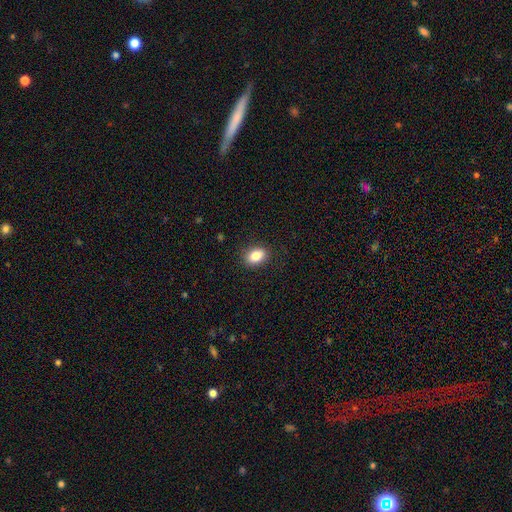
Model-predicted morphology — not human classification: This appears to be a smooth galaxy with no disk features (84%) that is in between round and cigar-shaped (81%). Merging: none (88%).